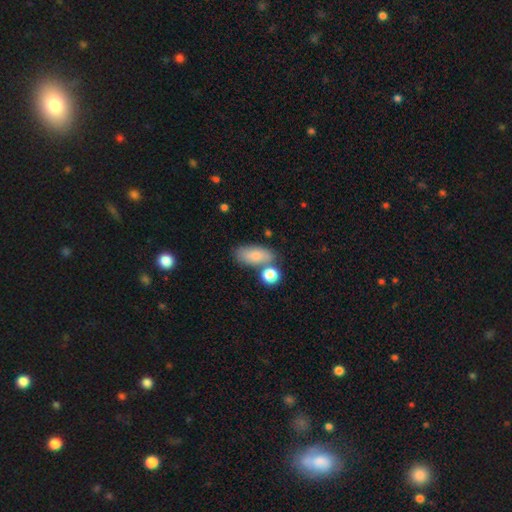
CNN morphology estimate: A smooth galaxy with no disk features (80%) that is in between round and cigar-shaped (84%). Merging: none (63%).